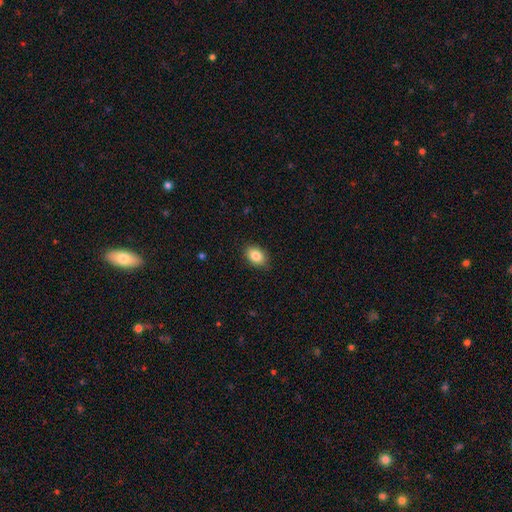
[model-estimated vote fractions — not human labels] This appears to be a smooth galaxy with no disk features (85%) that is in between round and cigar-shaped (80%). Merging: none (87%).